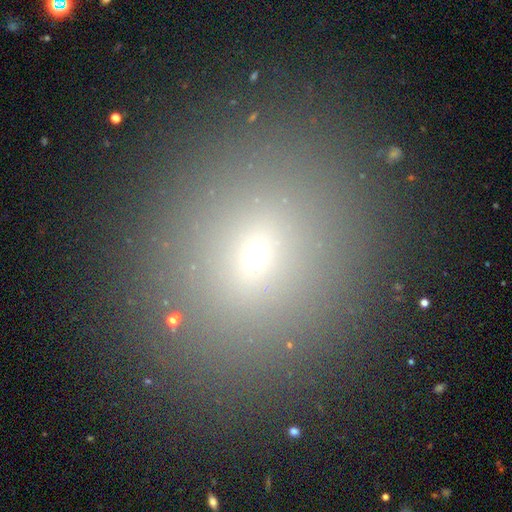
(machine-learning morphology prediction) A smooth galaxy with no disk features (63%) that is round (65%). Merging: none (88%).